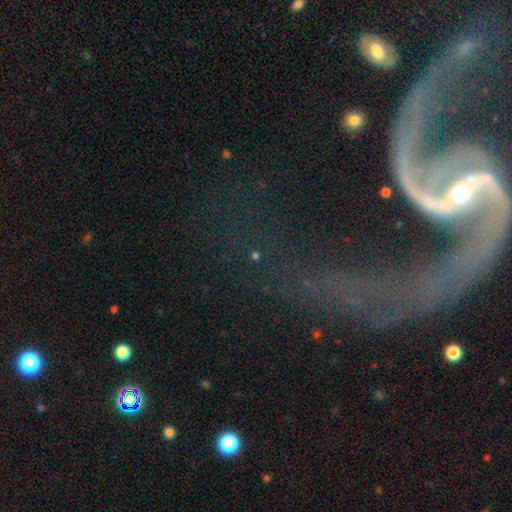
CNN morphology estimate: Q: Smooth or featured?
A: star or artifact (65%); runner-up: smooth (23%)